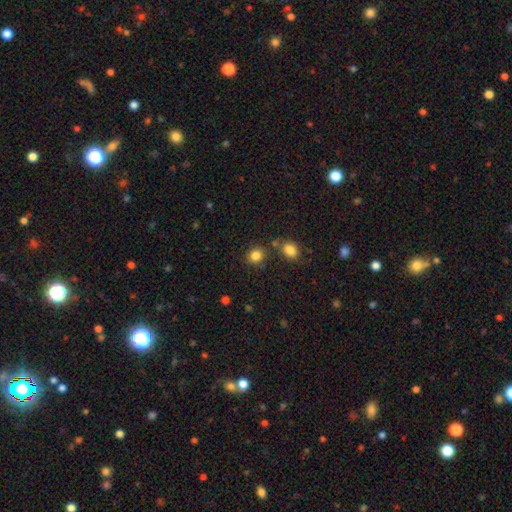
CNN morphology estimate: Smooth or featured: smooth — 84% (star or artifact — 11%)
How rounded: round — 74% (in between — 25%)
Merging: none — 76% (merger — 11%)